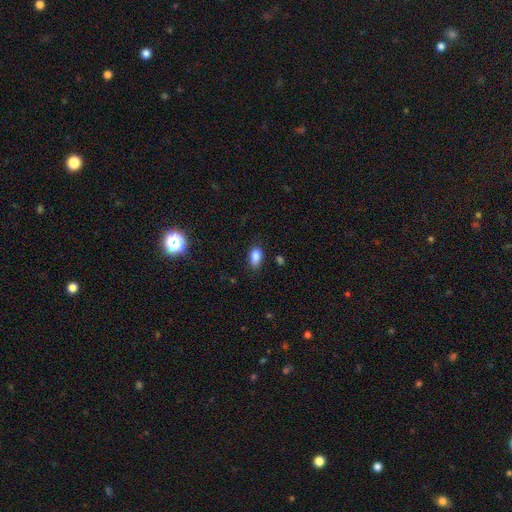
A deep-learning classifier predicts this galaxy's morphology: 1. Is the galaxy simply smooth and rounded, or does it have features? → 86% smooth, 10% star or artifact, 4% featured or disk.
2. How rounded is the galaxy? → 90% in between, 6% round, 5% cigar-shaped.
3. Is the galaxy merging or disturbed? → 77% none, 18% minor disturbance, 4% major disturbance, 2% merger.